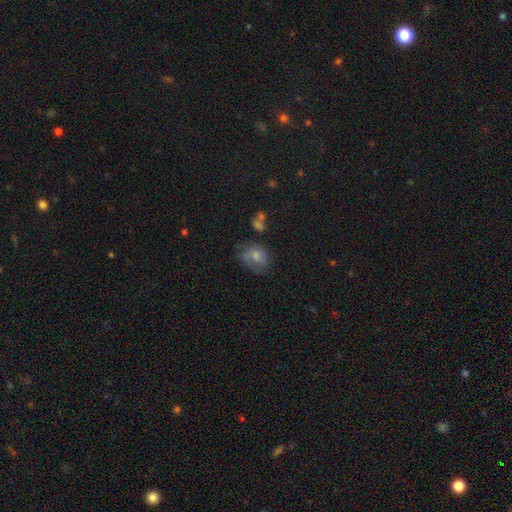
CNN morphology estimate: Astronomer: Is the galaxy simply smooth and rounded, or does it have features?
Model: smooth — 61%.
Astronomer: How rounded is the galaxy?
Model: in between — 61% (runner-up: round, 38%).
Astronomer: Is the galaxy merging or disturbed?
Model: none — 42% (runner-up: minor disturbance, 30%).